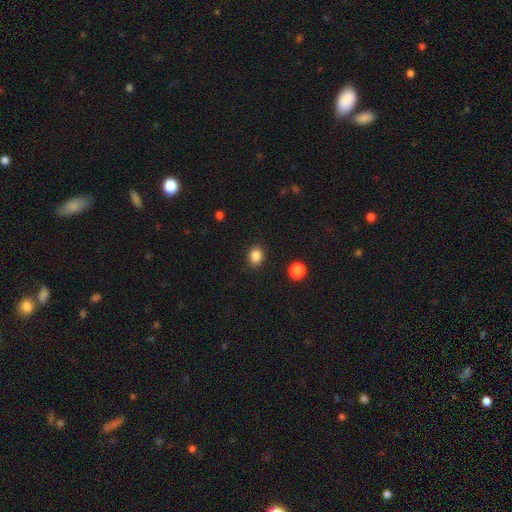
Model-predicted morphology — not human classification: Smooth or featured? Predicted: smooth (p=0.86). How rounded? Predicted: round (p=0.59). Merging? Predicted: none (p=0.89).